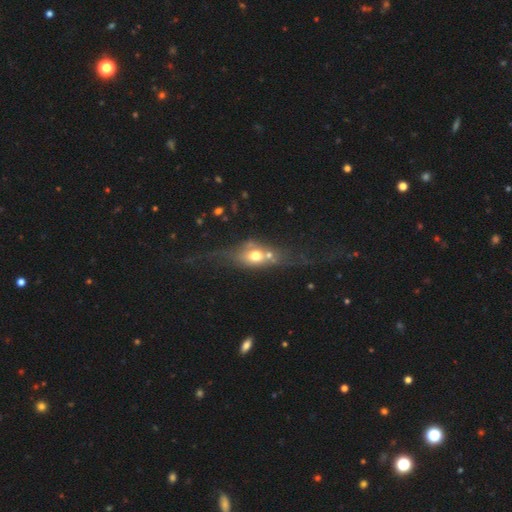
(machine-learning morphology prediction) Q: Smooth or featured?
A: featured or disk (44%); tied with: smooth (44%)
Q: Merging?
A: none (38%); runner-up: merger (23%)